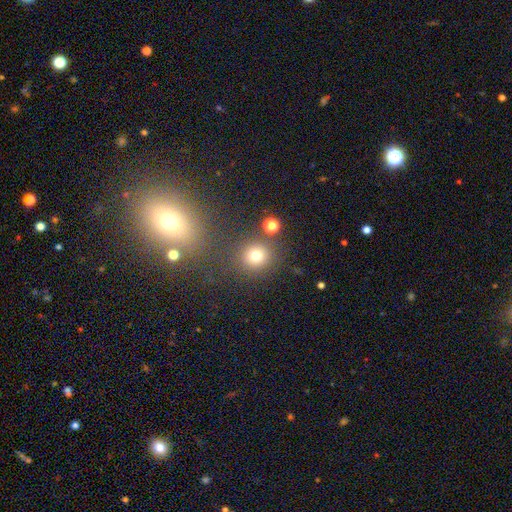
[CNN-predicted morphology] smooth 76%, star or artifact 17%, featured or disk 7%. Down the decision tree: how rounded — round (89%); merging — none (81%).